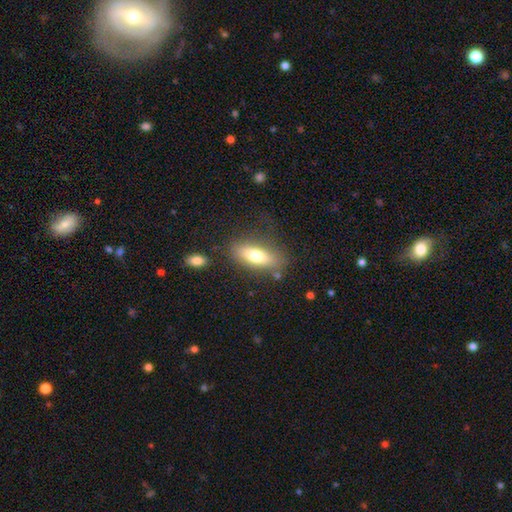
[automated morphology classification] This appears to be a smooth galaxy with no disk features (71%) that is in between round and cigar-shaped (71%). Merging: none (71%).